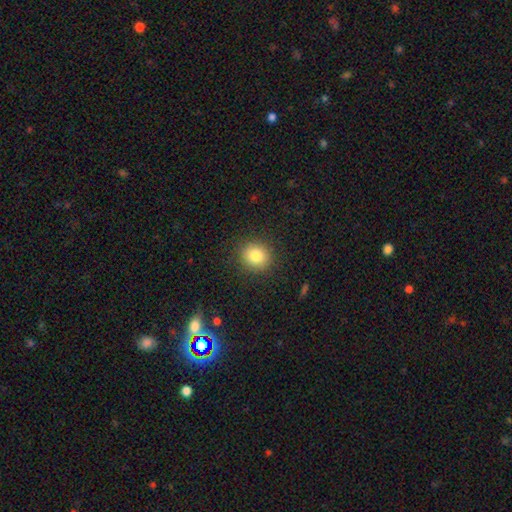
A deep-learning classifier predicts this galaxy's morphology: This is clearly a smooth galaxy (83%). How rounded: clearly round (86%). Merging: clearly none (90%).